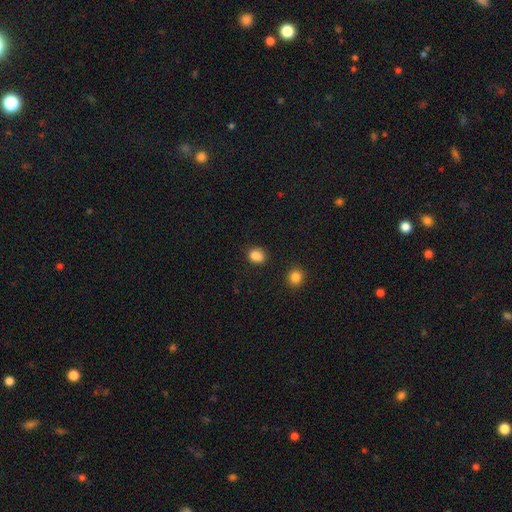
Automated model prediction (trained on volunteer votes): smooth 86%, star or artifact 11%, featured or disk 4%. Down the decision tree: how rounded — round (58%); merging — none (78%).